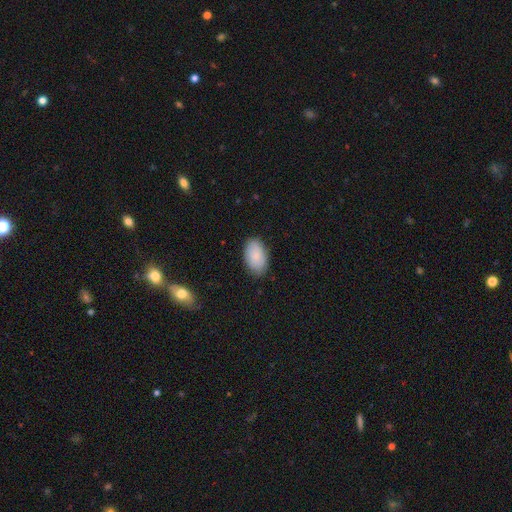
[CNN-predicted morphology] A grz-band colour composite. It shows a smooth galaxy with no disk features (83%) that is in between round and cigar-shaped (93%). Merging: none (84%).